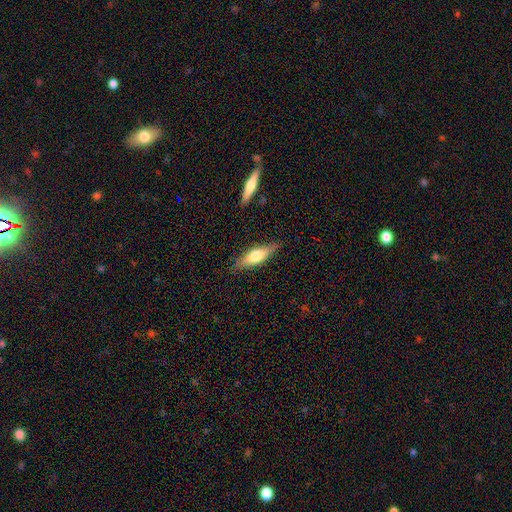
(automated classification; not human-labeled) This appears to be a smooth galaxy with no disk features (54%) that is cigar-shaped (57%). Merging: none (84%).